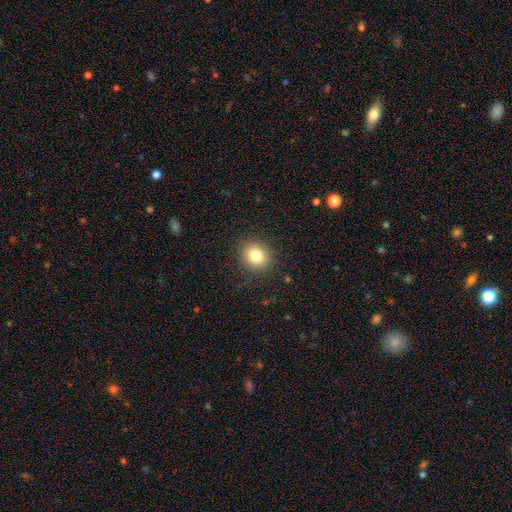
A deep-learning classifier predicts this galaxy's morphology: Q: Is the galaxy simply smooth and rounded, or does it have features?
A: smooth — 82%.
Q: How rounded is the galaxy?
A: round — 75%.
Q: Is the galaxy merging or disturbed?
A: none — 87%.